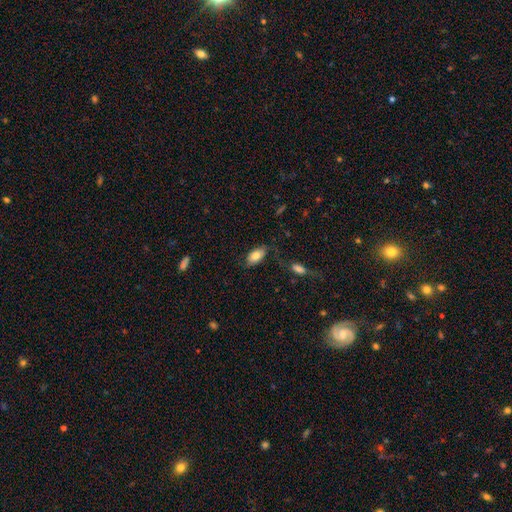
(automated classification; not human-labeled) This is clearly a smooth galaxy (80%). How rounded: clearly in between (93%). Merging: likely none (74%).